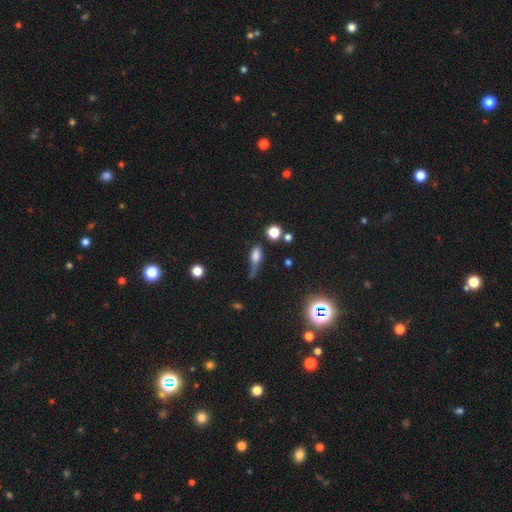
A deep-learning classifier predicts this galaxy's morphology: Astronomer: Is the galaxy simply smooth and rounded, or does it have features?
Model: smooth — 69%.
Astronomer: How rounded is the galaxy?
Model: in between — 69%.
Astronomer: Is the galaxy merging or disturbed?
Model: none — 34% (runner-up: minor disturbance, 29%).